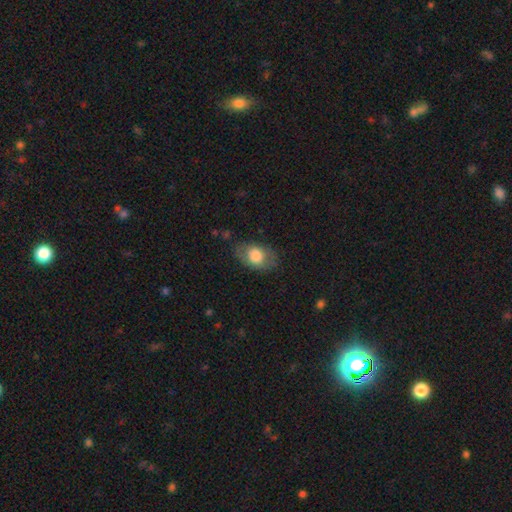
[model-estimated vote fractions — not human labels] Smooth or featured: smooth — 69% (featured or disk — 24%)
How rounded: in between — 86% (round — 12%)
Merging: none — 72% (minor disturbance — 20%)